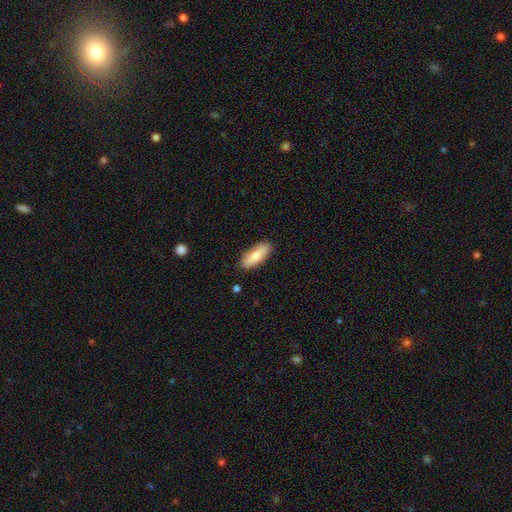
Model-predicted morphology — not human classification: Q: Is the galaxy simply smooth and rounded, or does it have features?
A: smooth — 73%.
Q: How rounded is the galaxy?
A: in between — 59%.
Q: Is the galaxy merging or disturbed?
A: none — 88%.